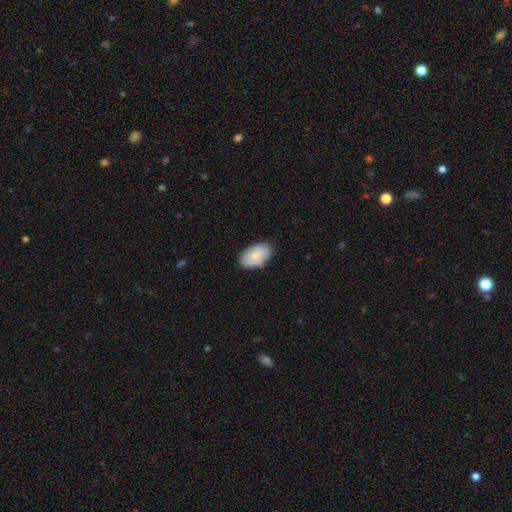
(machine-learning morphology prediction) Smooth or featured?
  - smooth: 82% *
  - featured or disk: 12%
  - star or artifact: 6%
How rounded?
  - in between: 94% *
  - round: 4%
  - cigar-shaped: 1%
Merging?
  - none: 79% *
  - minor disturbance: 17%
  - major disturbance: 3%
  - merger: 1%